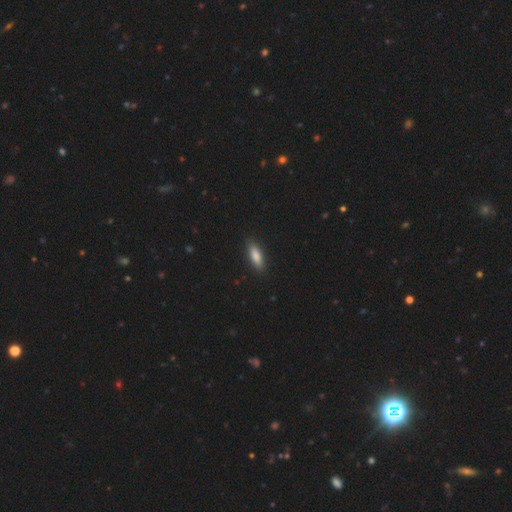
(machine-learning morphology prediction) The model was most divided on "how rounded": in between: 61%, cigar-shaped: 37%, round: 2%. More confident: merging — none (89%); smooth or featured — smooth (83%).